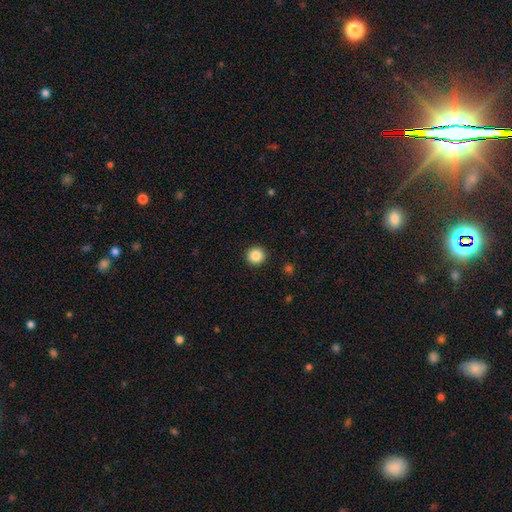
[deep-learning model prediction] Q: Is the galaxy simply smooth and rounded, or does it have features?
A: smooth — 87%.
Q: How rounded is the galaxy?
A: round — 94%.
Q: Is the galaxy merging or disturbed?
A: none — 93%.